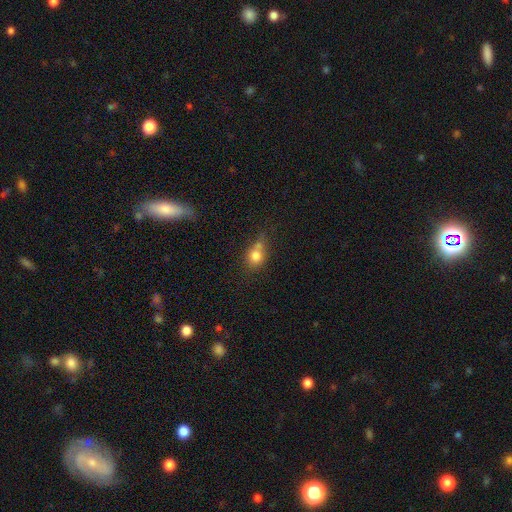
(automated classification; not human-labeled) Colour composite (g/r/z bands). It shows a smooth galaxy with no disk features (77%) that is round (66%). Merging: none (40%).